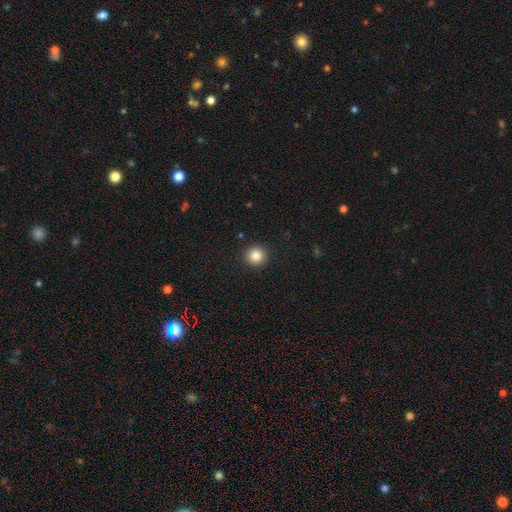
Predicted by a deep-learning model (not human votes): Q: Smooth or featured?
A: smooth (85%); runner-up: star or artifact (10%)
Q: How rounded?
A: round (95%); runner-up: in between (4%)
Q: Merging?
A: none (92%); runner-up: minor disturbance (5%)